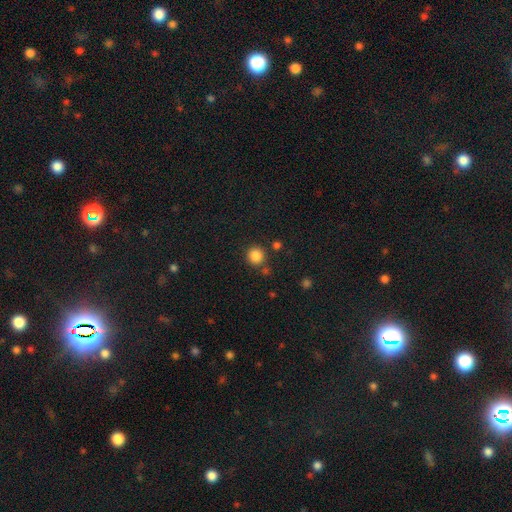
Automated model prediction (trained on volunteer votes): A smooth galaxy with no disk features (85%) that is round (93%).

Vote fractions:
- Smooth or featured? smooth: 85% / star or artifact: 11% / featured or disk: 4%
- How rounded? round: 93% / in between: 6% / cigar-shaped: 1%
- Merging? none: 82% / minor disturbance: 8% / merger: 7% / major disturbance: 3%